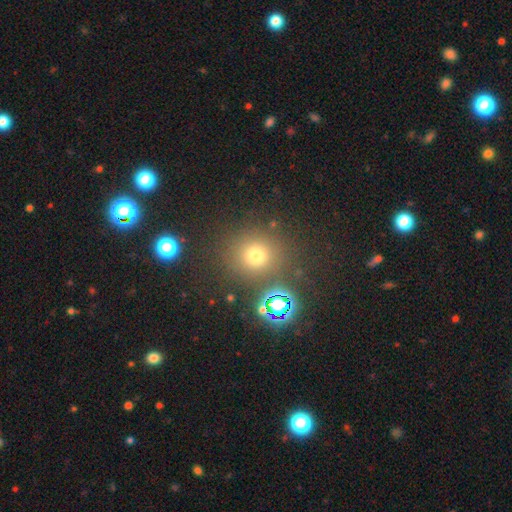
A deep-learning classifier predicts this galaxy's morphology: smooth_or_featured: smooth (p=0.70) [alt: star or artifact p=0.23]
how_rounded: round (p=0.89) [alt: in between p=0.10]
merging: none (p=0.82) [alt: minor disturbance p=0.08]